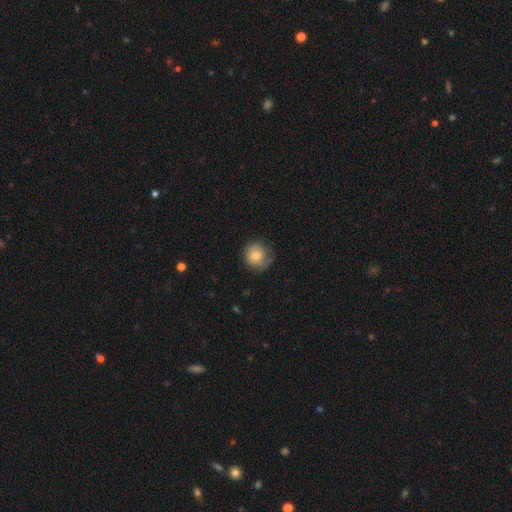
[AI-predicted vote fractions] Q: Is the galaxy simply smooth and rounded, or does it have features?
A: smooth — 75%.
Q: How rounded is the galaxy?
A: round — 89%.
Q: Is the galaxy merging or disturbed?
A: none — 65%.